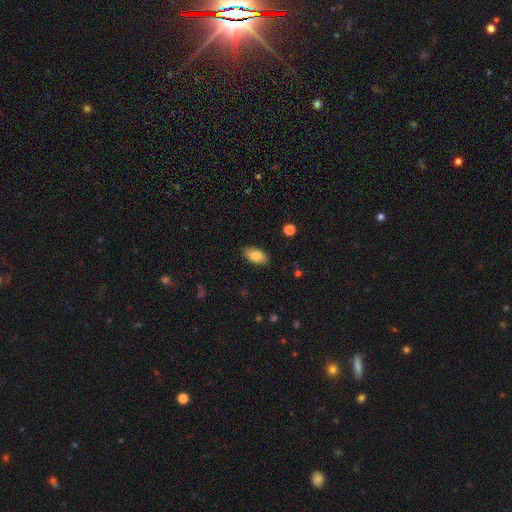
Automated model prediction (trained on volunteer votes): smooth 84%, featured or disk 8%, star or artifact 7%. Down the decision tree: how rounded — in between (93%); merging — none (87%).